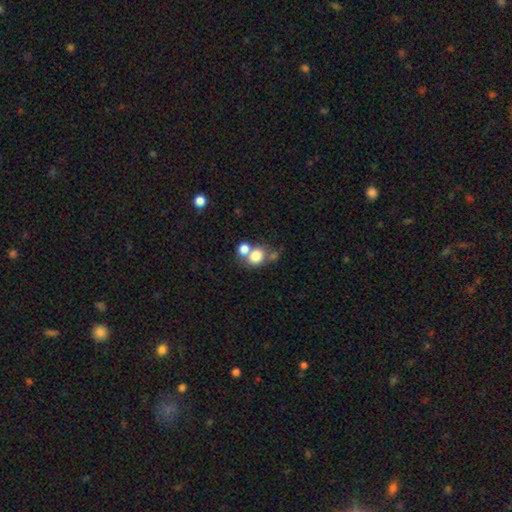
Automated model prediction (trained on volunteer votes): A smooth galaxy with no disk features (77%) that is round (63%). Merging: merger (43%, tied with none).